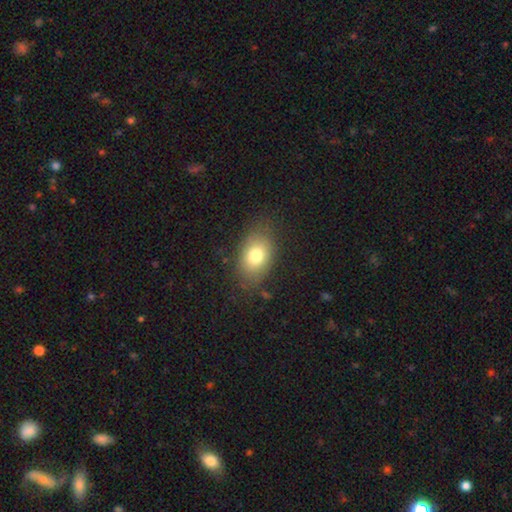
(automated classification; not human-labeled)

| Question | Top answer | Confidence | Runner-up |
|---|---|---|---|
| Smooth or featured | smooth | 77% | featured or disk (13%) |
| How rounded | in between | 79% | round (20%) |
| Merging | none | 79% | minor disturbance (15%) |